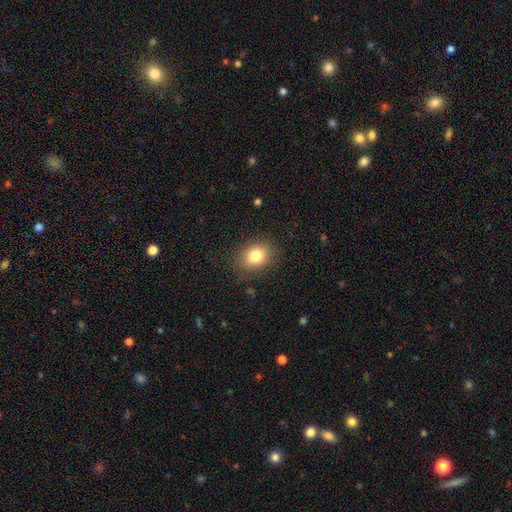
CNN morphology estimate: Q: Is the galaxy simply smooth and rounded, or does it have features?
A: smooth — 82%.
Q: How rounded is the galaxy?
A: in between — 52%.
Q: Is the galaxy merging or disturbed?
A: none — 84%.